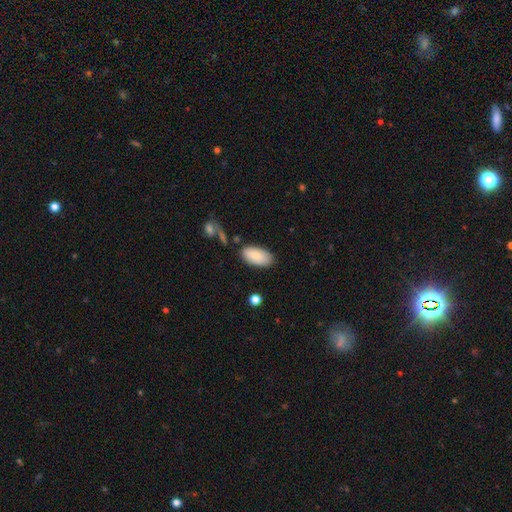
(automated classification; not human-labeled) smooth 83%, featured or disk 11%, star or artifact 6%. Down the decision tree: how rounded — in between (94%); merging — none (77%).